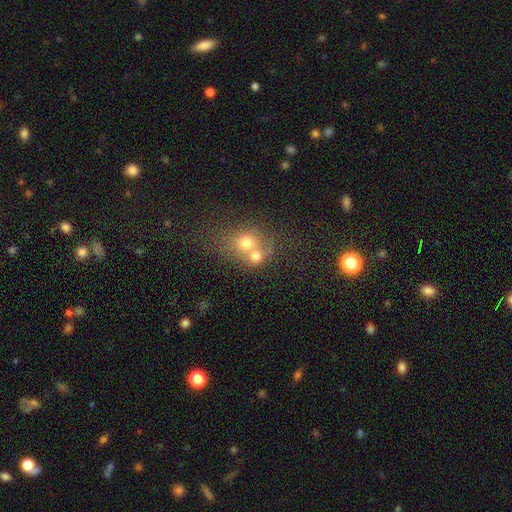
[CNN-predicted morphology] type=smooth (67%); roundness=round (71%); merging=merger (61%).